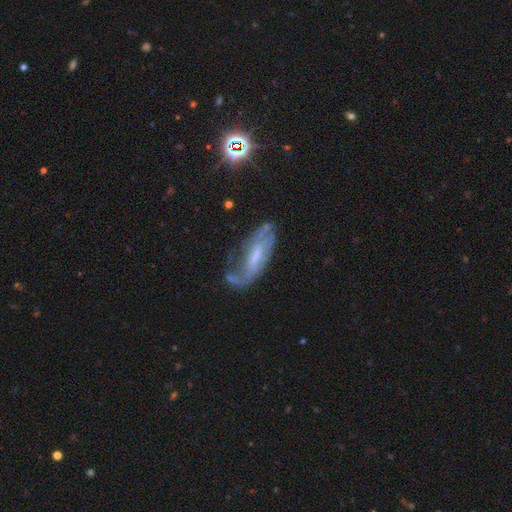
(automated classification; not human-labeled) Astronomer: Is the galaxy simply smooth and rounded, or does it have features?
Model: featured or disk — 70%.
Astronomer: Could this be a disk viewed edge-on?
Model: no — 85%.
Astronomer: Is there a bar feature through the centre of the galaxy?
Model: weak — 46% (runner-up: no, 35%).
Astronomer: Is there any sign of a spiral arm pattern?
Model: yes — 82%.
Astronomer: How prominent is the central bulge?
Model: small — 42% (runner-up: moderate, 35%).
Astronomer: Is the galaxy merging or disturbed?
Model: none — 49% (runner-up: minor disturbance, 25%).